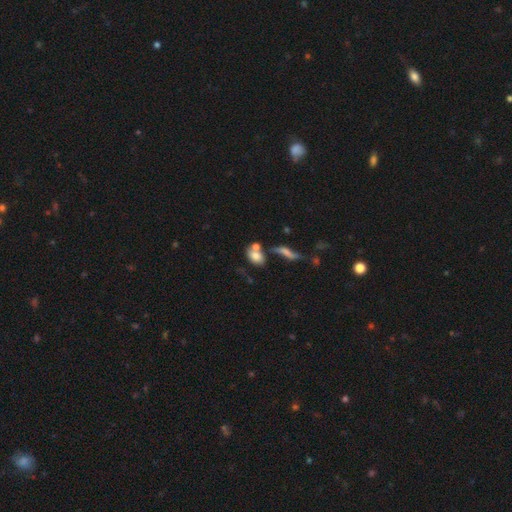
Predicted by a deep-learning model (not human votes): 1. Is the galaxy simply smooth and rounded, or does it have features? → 72% smooth, 17% featured or disk, 10% star or artifact.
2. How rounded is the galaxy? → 70% in between, 26% round, 4% cigar-shaped.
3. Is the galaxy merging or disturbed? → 39% merger, 37% none, 15% minor disturbance, 9% major disturbance.